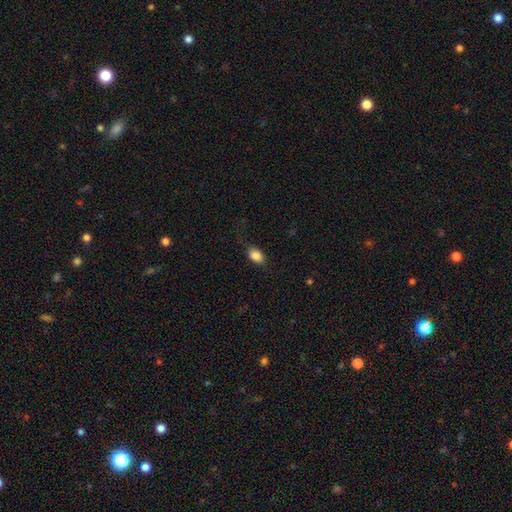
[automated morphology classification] A smooth galaxy with no disk features (86%) that is in between round and cigar-shaped (86%).

Vote fractions:
- Smooth or featured? smooth: 86% / star or artifact: 8% / featured or disk: 6%
- How rounded? in between: 86% / round: 12% / cigar-shaped: 3%
- Merging? none: 71% / minor disturbance: 20% / major disturbance: 7% / merger: 1%